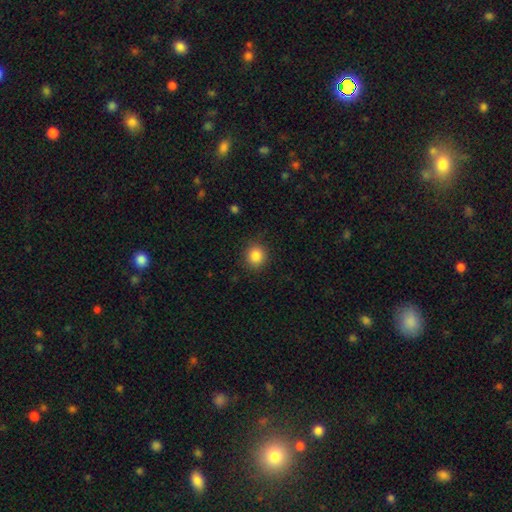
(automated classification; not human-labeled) This is clearly a smooth galaxy (85%). How rounded: clearly round (87%). Merging: clearly none (88%).